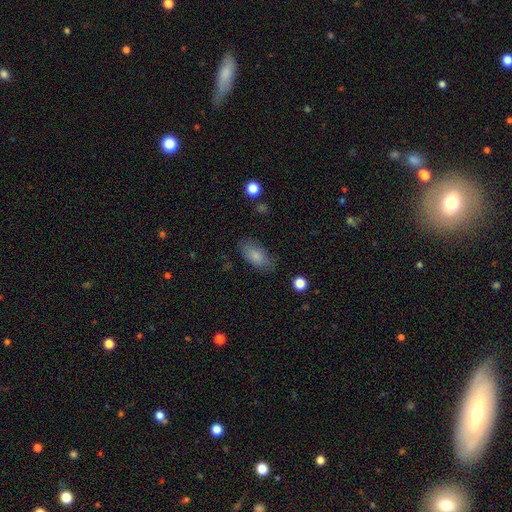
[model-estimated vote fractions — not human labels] Morphology: type=smooth (82%); roundness=in between (90%); merging=none (76%).